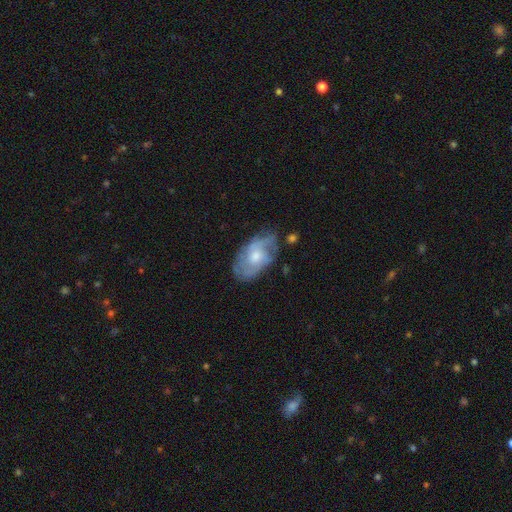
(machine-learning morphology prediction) The model was most divided on "smooth or featured": featured or disk: 60%, smooth: 34%, star or artifact: 6%. More confident: edge-on disk — no (94%); bar — no (75%); spiral arms — yes (68%); bulge size — moderate (61%); merging — none (59%).